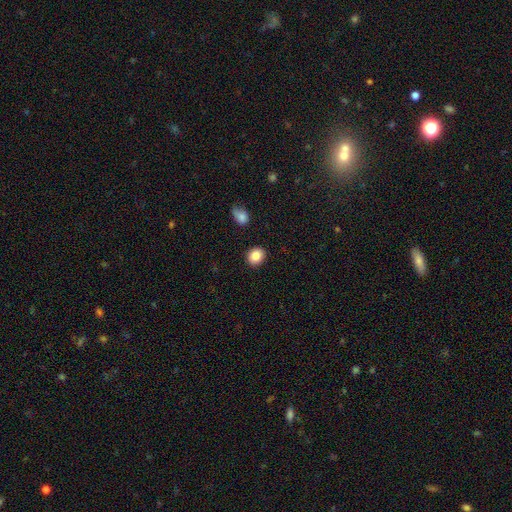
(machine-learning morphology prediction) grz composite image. It shows a smooth galaxy with no disk features (86%) that is round (69%). Merging: none (89%).